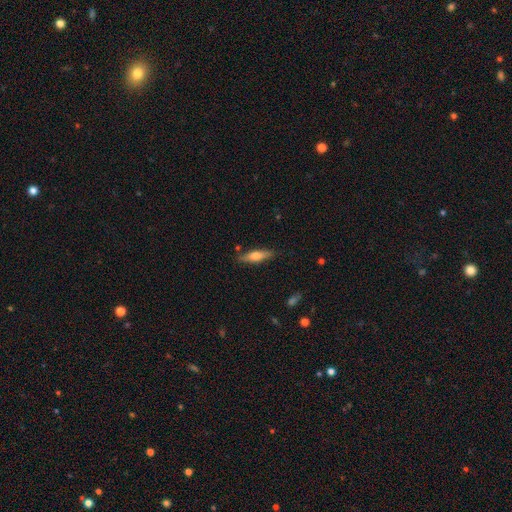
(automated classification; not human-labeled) Smooth or featured? Predicted: smooth (p=0.61). How rounded? Predicted: cigar-shaped (p=0.66). Merging? Predicted: none (p=0.82).